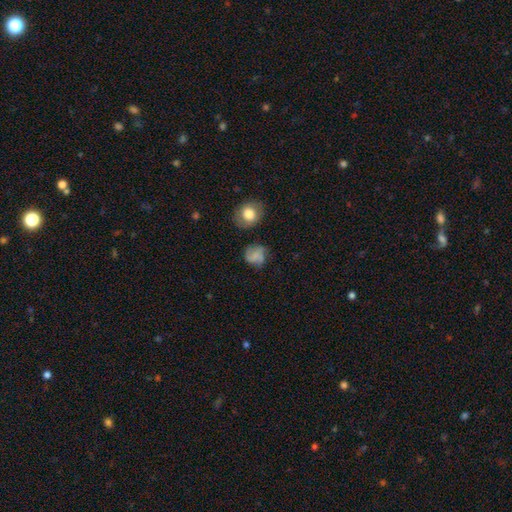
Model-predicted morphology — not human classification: This appears to be a smooth galaxy with no disk features (59%) that is round (73%). Merging: none (61%).